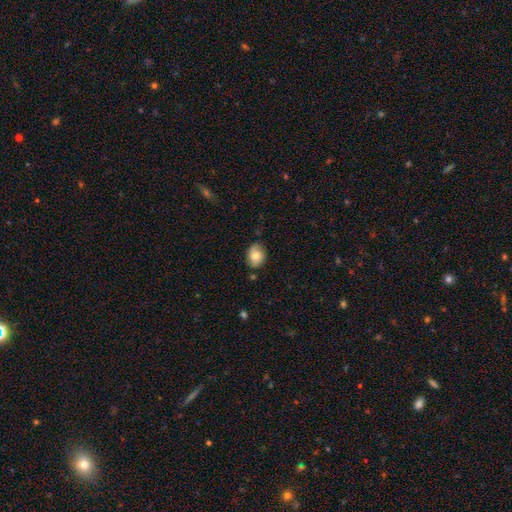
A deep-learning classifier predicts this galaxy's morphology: smooth-or-featured: smooth: 76% | featured or disk: 16% | star or artifact: 8%
  how-rounded: in between: 67% | round: 32% | cigar-shaped: 1%
  merging: none: 76% | minor disturbance: 18% | major disturbance: 3% | merger: 2%